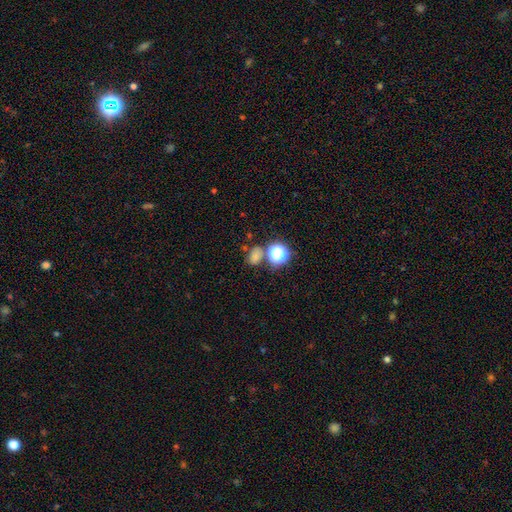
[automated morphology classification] This appears to be a smooth galaxy with no disk features (71%) that is in between round and cigar-shaped (59%). Merging: none (65%).